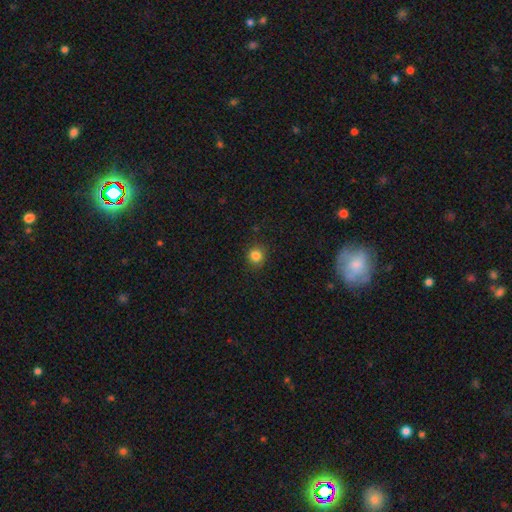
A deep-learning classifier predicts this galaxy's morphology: Smooth or featured: smooth — 83% (star or artifact — 12%)
How rounded: round — 90% (in between — 9%)
Merging: none — 89% (minor disturbance — 7%)